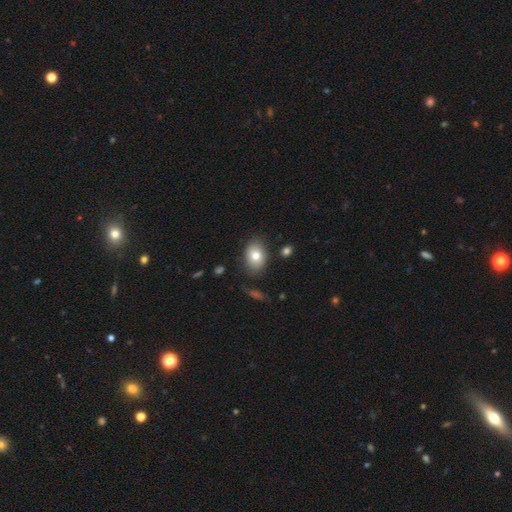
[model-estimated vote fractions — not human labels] This is likely a smooth galaxy (77%). How rounded: likely in between (77%). Merging: likely none (80%).